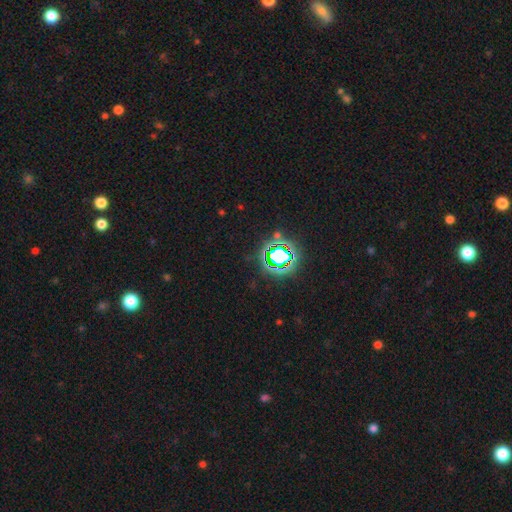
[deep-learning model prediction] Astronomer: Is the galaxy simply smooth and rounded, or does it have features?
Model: star or artifact — 80%.